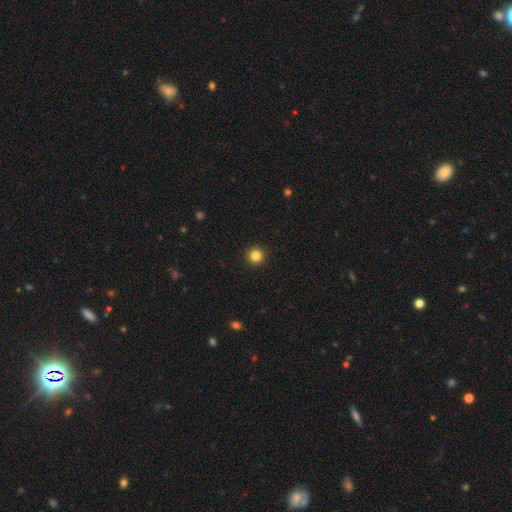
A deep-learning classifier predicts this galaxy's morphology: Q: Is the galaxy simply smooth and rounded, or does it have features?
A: smooth — 84%.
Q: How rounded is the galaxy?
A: round — 96%.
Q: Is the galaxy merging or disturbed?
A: none — 94%.